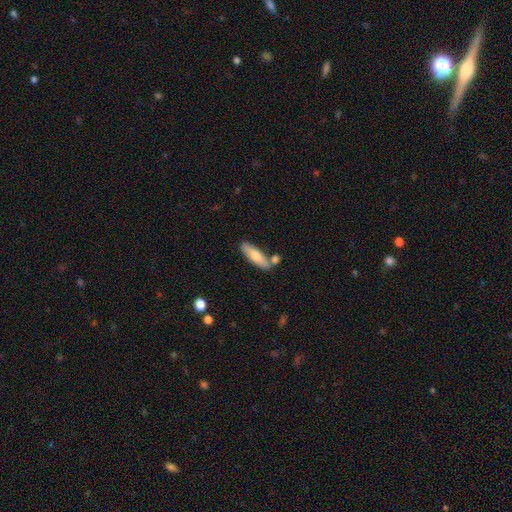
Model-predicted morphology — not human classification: smooth 73%, featured or disk 21%, star or artifact 6%. Down the decision tree: how rounded — cigar-shaped (52%); merging — none (73%).